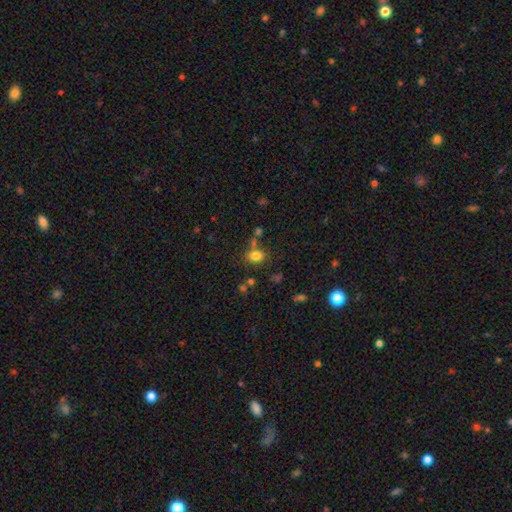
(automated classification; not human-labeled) smooth 78%, star or artifact 14%, featured or disk 8%. Down the decision tree: how rounded — in between (59%); merging — none (66%).